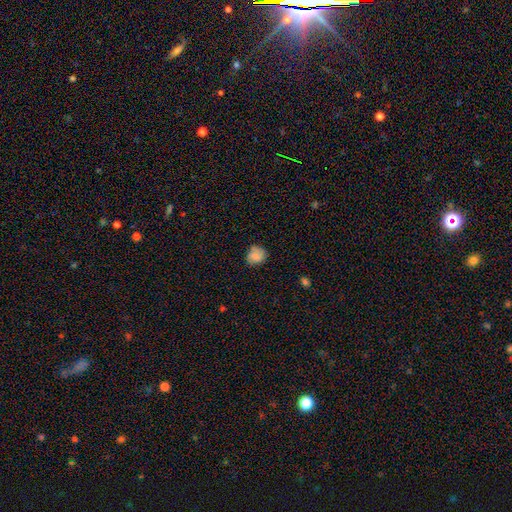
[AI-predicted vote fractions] Smooth or featured? Predicted: smooth (p=0.81). How rounded? Predicted: round (p=0.70). Merging? Predicted: none (p=0.68).